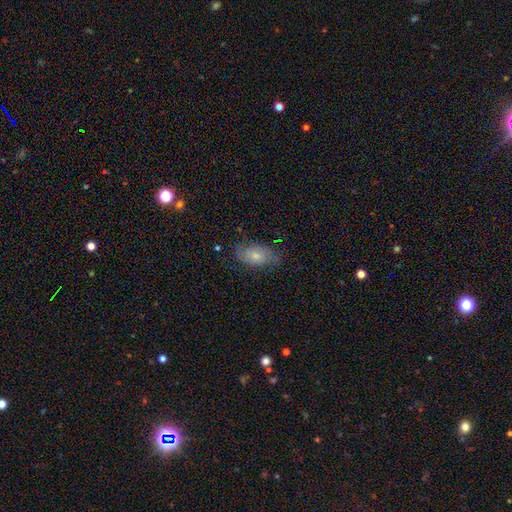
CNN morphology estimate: Smooth or featured: smooth — 52% (featured or disk — 40%)
How rounded: in between — 89% (round — 8%)
Merging: none — 65% (minor disturbance — 25%)